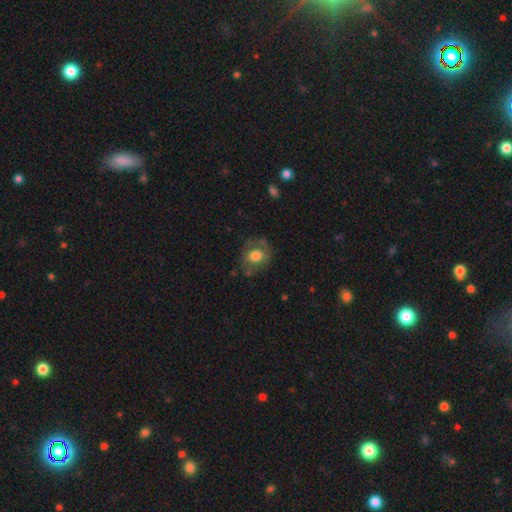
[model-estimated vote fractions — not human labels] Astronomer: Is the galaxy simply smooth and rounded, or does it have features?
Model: smooth — 58% (runner-up: featured or disk, 34%).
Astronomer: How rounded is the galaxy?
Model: round — 64%.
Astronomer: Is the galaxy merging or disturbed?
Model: none — 62%.